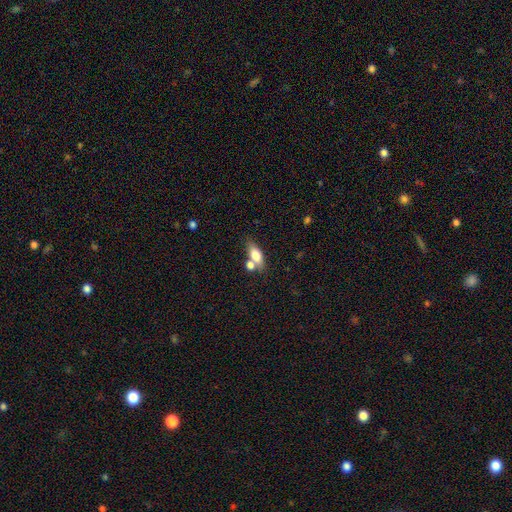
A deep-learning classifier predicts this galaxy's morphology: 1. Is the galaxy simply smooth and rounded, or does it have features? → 72% smooth, 20% featured or disk, 8% star or artifact.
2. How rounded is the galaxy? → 73% in between, 20% cigar-shaped, 7% round.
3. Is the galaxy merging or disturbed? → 52% none, 31% merger, 13% minor disturbance, 5% major disturbance.